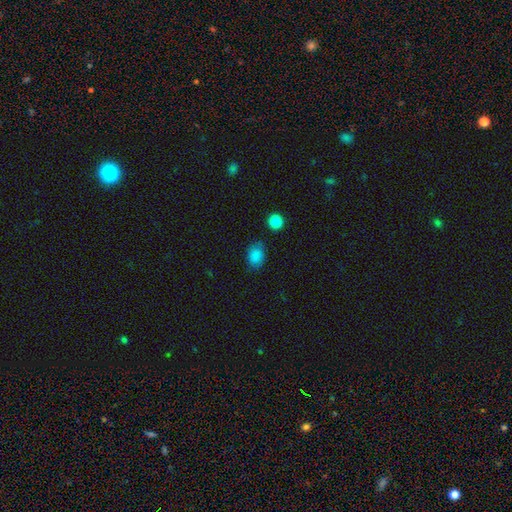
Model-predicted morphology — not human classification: This is clearly a smooth galaxy (86%). How rounded: likely in between (70%). Merging: likely none (76%).